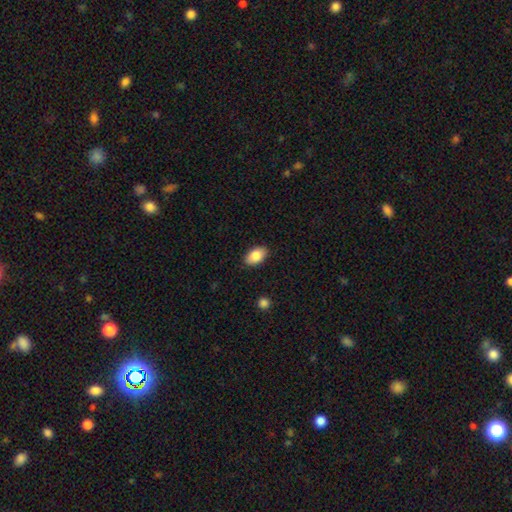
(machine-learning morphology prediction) Smooth or featured? Predicted: smooth (p=0.85). How rounded? Predicted: in between (p=0.92). Merging? Predicted: none (p=0.88).